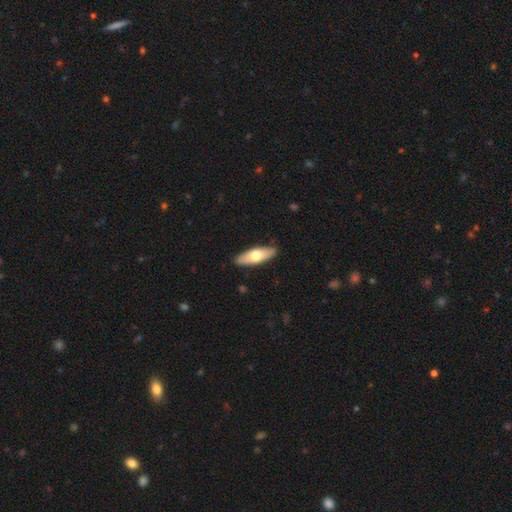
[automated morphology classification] A smooth galaxy with no disk features (62%) that is in between round and cigar-shaped (61%). Merging: none (87%).